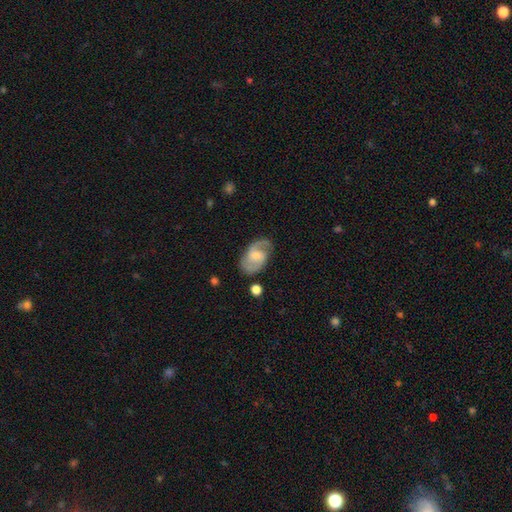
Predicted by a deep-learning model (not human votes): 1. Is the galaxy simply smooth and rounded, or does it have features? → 80% featured or disk, 14% smooth, 5% star or artifact.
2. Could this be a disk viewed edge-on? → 97% no, 3% yes.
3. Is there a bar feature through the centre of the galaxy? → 52% weak, 36% no, 11% strong.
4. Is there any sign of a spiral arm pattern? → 95% yes, 5% no.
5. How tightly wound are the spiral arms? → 55% medium, 24% tight, 22% loose.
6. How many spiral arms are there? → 88% 2, 5% can't tell, 3% 1, 2% 3, 1% 4, 1% more than 4.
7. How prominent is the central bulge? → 44% small, 39% moderate, 11% none, 5% large, 1% dominant.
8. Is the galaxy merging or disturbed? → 77% none, 15% minor disturbance, 5% major disturbance, 2% merger.